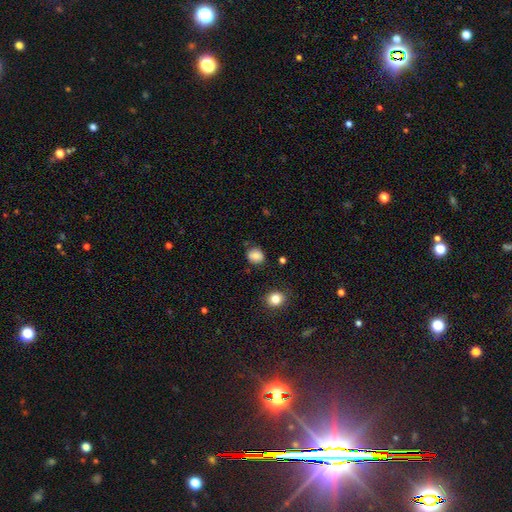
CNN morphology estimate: Smooth or featured?
  - smooth: 81% *
  - star or artifact: 11%
  - featured or disk: 9%
How rounded?
  - round: 69% *
  - in between: 30%
  - cigar-shaped: 1%
Merging?
  - none: 80% *
  - minor disturbance: 14%
  - major disturbance: 4%
  - merger: 2%